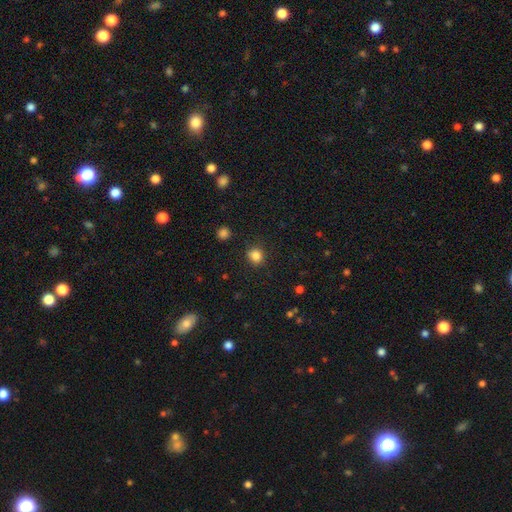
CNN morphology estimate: This is clearly a smooth galaxy (84%). How rounded: clearly round (83%). Merging: clearly none (84%).